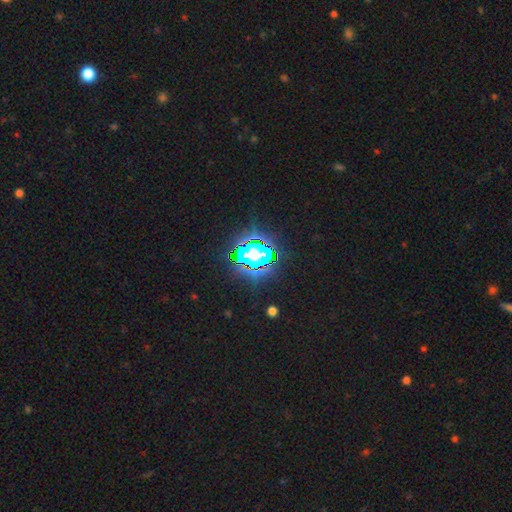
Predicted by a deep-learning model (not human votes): star or artifact 71%, smooth 17%, featured or disk 11%.